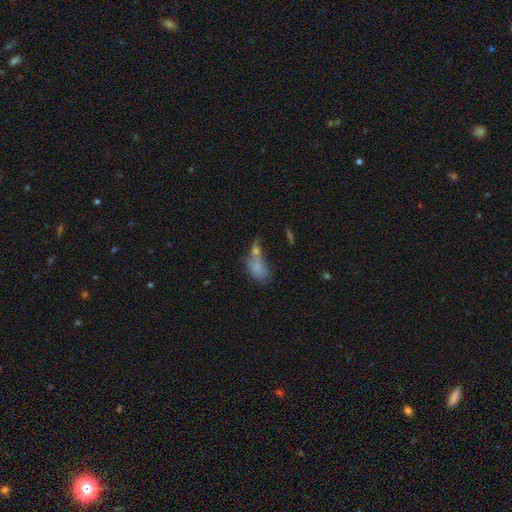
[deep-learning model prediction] smooth-or-featured: smooth: 69% | featured or disk: 16% | star or artifact: 14%
  how-rounded: in between: 79% | round: 16% | cigar-shaped: 5%
  merging: merger: 50% | none: 28% | minor disturbance: 13% | major disturbance: 10%